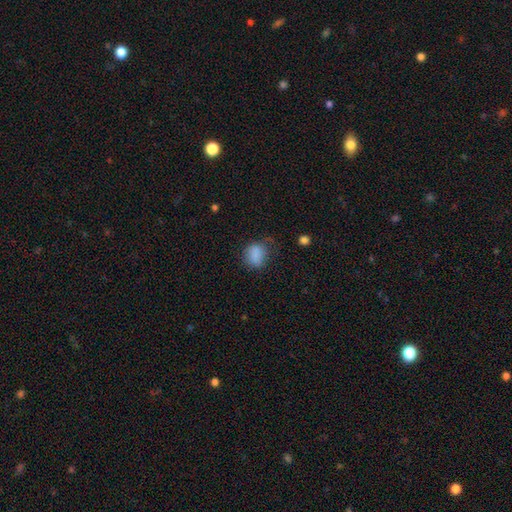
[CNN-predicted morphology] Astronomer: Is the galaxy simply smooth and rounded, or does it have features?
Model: smooth — 83%.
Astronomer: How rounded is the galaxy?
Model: in between — 52% (runner-up: round, 47%).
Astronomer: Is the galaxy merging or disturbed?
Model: none — 57%.